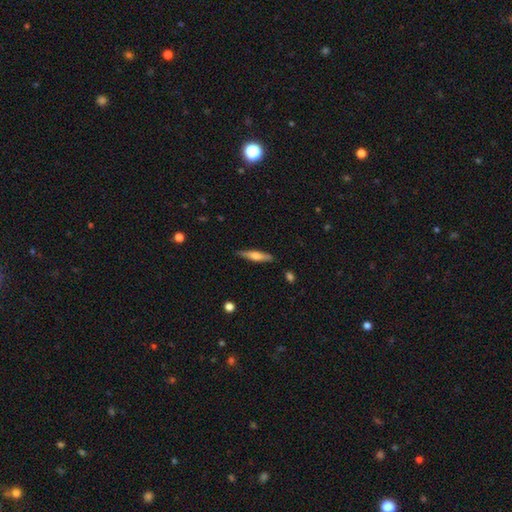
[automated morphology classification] A smooth galaxy with no disk features (48%).

Vote fractions:
- Smooth or featured? smooth: 48% / featured or disk: 46% / star or artifact: 6%
- Merging? none: 86% / minor disturbance: 11% / major disturbance: 2% / merger: 1%